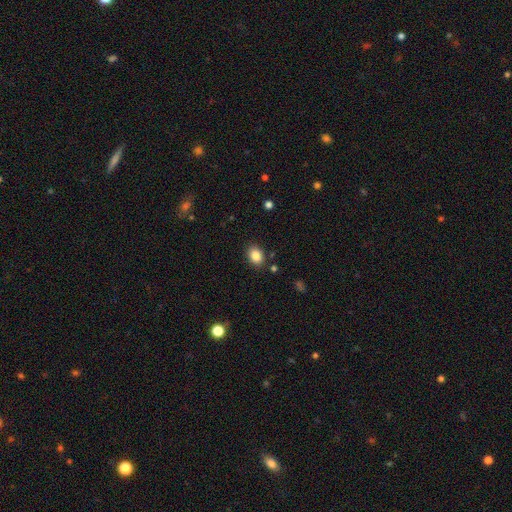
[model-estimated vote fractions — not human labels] A smooth galaxy with no disk features (86%) that is in between round and cigar-shaped (69%).

Vote fractions:
- Smooth or featured? smooth: 86% / star or artifact: 9% / featured or disk: 5%
- How rounded? in between: 69% / round: 30% / cigar-shaped: 1%
- Merging? none: 86% / minor disturbance: 9% / major disturbance: 3% / merger: 2%